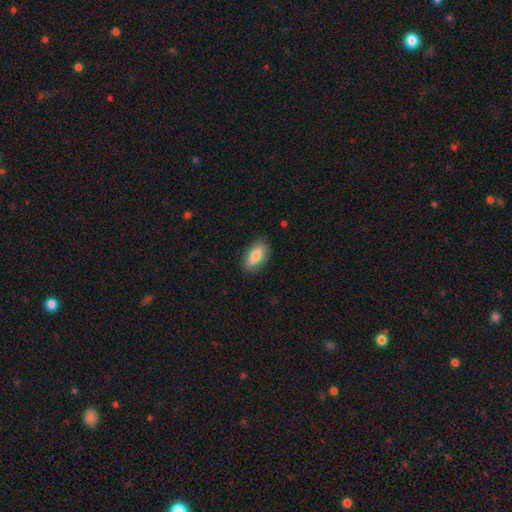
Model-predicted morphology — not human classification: smooth 81%, featured or disk 12%, star or artifact 6%. Down the decision tree: how rounded — in between (90%); merging — none (86%).